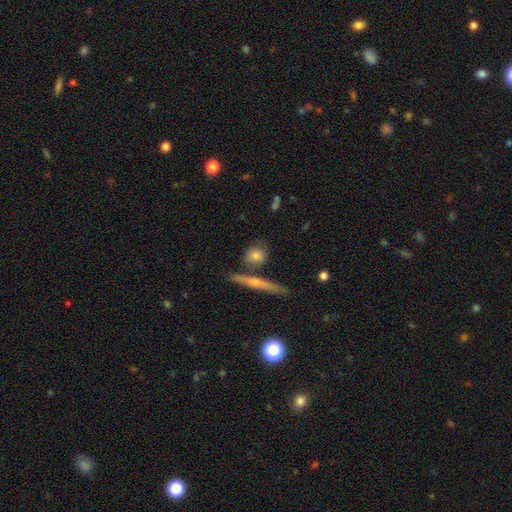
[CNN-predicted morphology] A smooth galaxy with no disk features (69%) that is round (62%). Merging: none (68%).